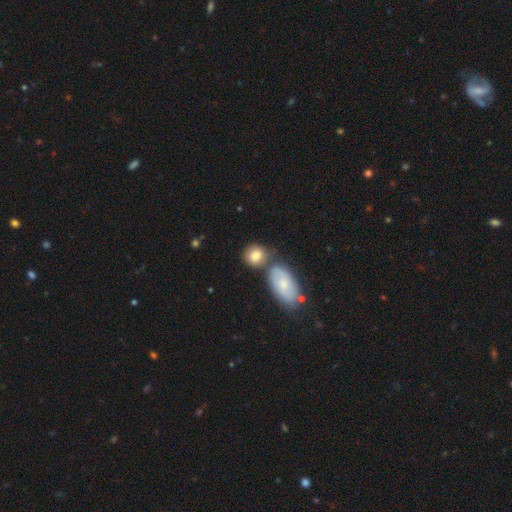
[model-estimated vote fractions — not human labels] Q: Smooth or featured?
A: smooth (80%); runner-up: featured or disk (13%)
Q: How rounded?
A: round (60%); runner-up: in between (37%)
Q: Merging?
A: none (53%); runner-up: merger (28%)